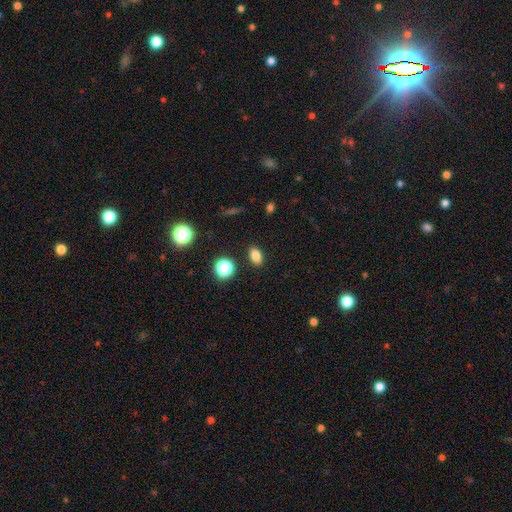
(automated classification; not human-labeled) This is clearly a smooth galaxy (80%). How rounded: clearly in between (81%). Merging: clearly none (87%).